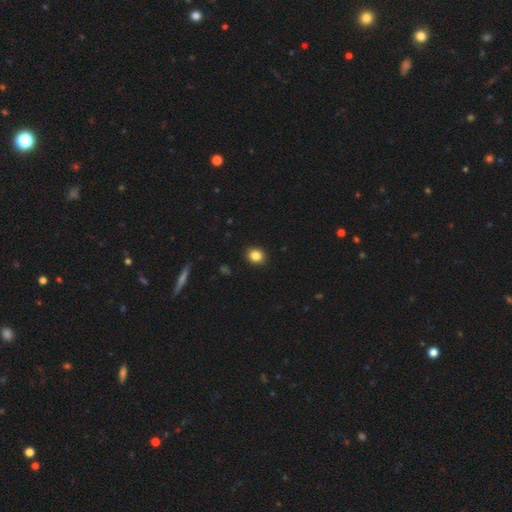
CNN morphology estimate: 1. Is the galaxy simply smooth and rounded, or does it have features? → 85% smooth, 10% star or artifact, 5% featured or disk.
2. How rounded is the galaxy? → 69% round, 30% in between, 1% cigar-shaped.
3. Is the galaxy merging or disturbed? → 92% none, 6% minor disturbance, 2% major disturbance, 1% merger.